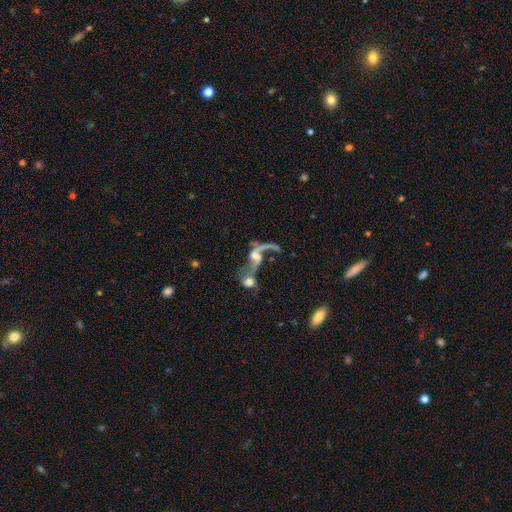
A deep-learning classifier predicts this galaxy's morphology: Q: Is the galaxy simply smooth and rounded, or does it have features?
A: featured or disk — 73%.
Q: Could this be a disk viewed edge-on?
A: no — 92%.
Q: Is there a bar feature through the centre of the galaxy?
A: no — 51%.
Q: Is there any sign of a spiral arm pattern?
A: yes — 80%.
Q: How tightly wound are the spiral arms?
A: loose — 89%.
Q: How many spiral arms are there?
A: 2 — 63%.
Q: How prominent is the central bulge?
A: moderate — 38%.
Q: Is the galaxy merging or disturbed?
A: merger — 61%.